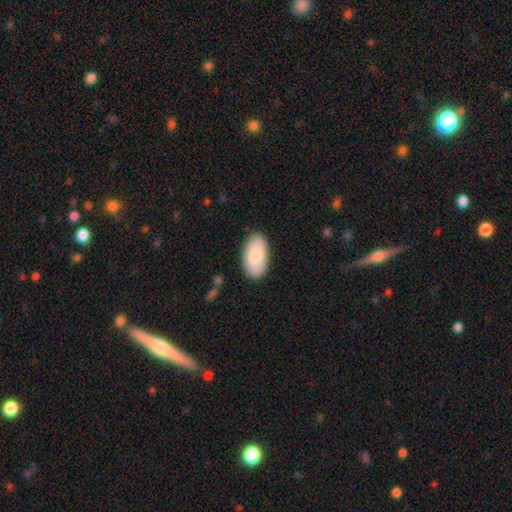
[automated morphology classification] A smooth galaxy with no disk features (78%) that is in between round and cigar-shaped (95%).

Vote fractions:
- Smooth or featured? smooth: 78% / featured or disk: 17% / star or artifact: 5%
- How rounded? in between: 95% / round: 3% / cigar-shaped: 2%
- Merging? none: 85% / minor disturbance: 11% / major disturbance: 2% / merger: 1%